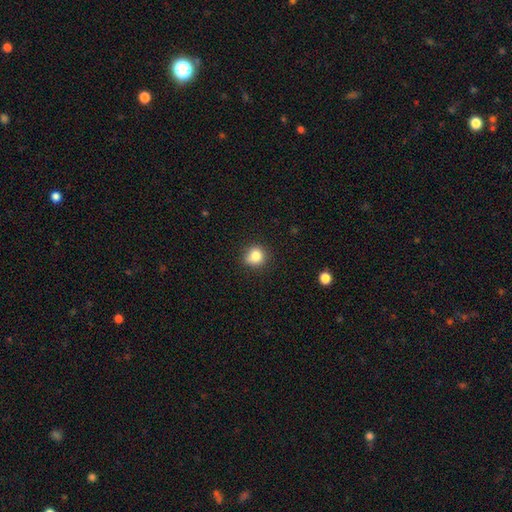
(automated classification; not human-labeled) Morphology: type=smooth (83%); roundness=round (85%); merging=none (75%).